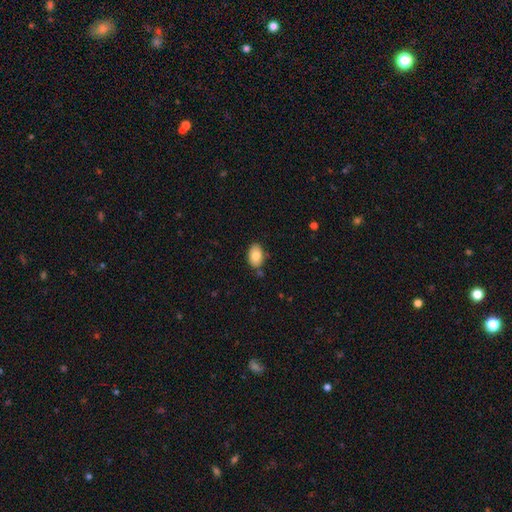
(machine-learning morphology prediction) Smooth or featured: smooth — 83% (featured or disk — 10%)
How rounded: in between — 89% (round — 10%)
Merging: none — 79% (minor disturbance — 14%)